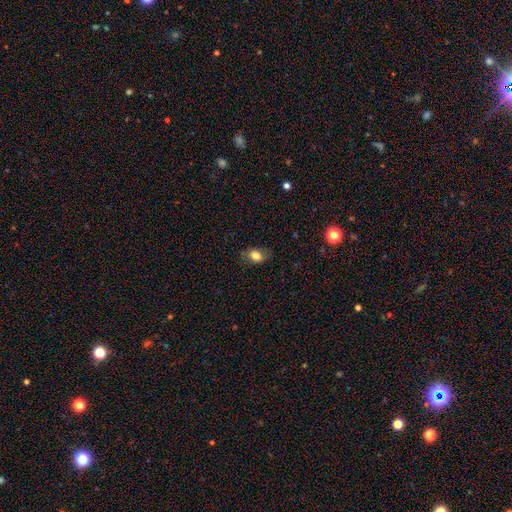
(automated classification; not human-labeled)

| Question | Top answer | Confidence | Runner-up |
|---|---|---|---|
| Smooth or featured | smooth | 79% | featured or disk (12%) |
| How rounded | in between | 80% | round (18%) |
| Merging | none | 74% | minor disturbance (19%) |